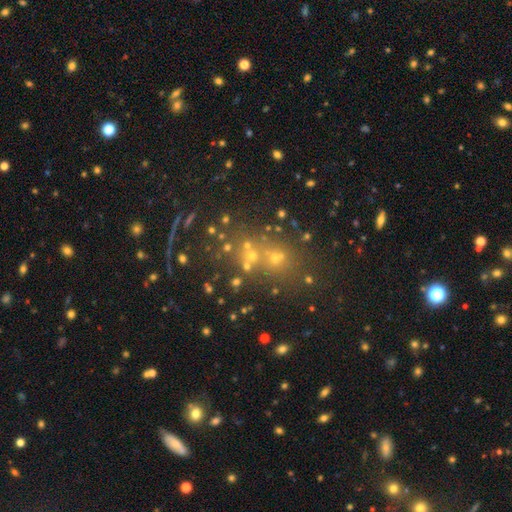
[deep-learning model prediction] smooth_or_featured: star or artifact (p=0.44) [alt: smooth p=0.38]